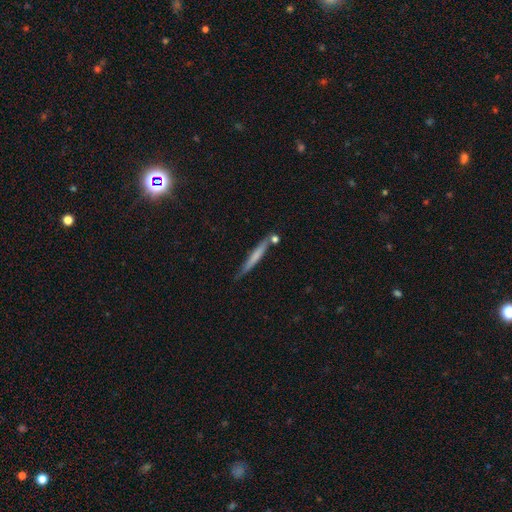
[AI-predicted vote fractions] Smooth or featured? Predicted: smooth (p=0.57). How rounded? Predicted: cigar-shaped (p=0.95). Merging? Predicted: none (p=0.73).